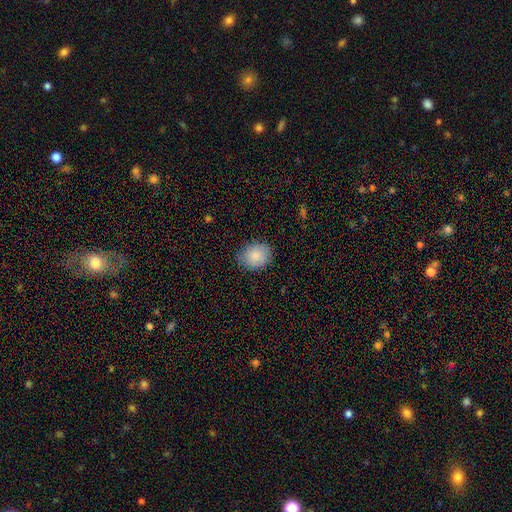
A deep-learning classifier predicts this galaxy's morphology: A smooth galaxy with no disk features (86%) that is round (51%). Merging: none (79%).